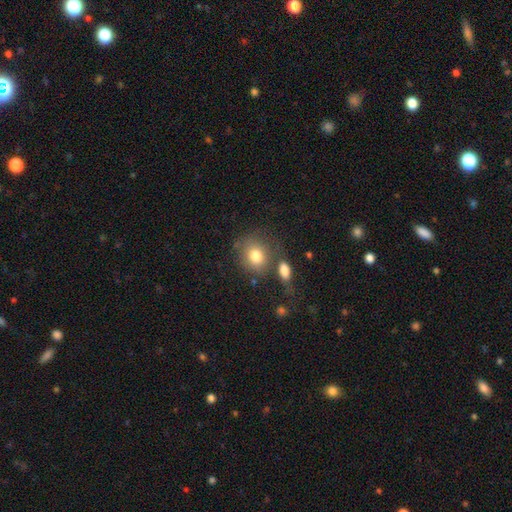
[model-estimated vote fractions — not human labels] Q: Smooth or featured?
A: smooth (79%); runner-up: featured or disk (11%)
Q: How rounded?
A: round (70%); runner-up: in between (28%)
Q: Merging?
A: none (63%); runner-up: merger (16%)